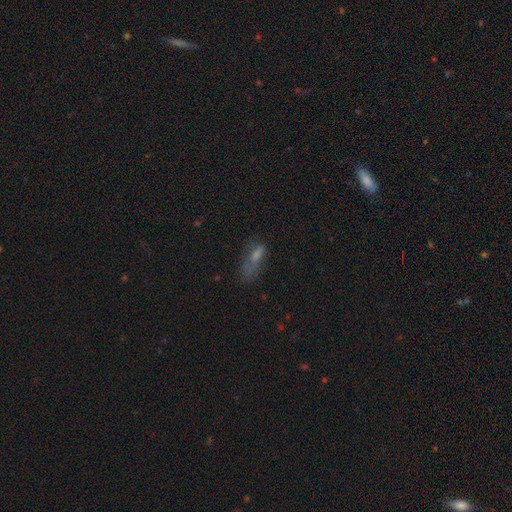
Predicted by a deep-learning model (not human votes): A smooth galaxy with no disk features (59%) that is in between round and cigar-shaped (57%).

Vote fractions:
- Smooth or featured? smooth: 59% / featured or disk: 23% / star or artifact: 17%
- How rounded? in between: 57% / cigar-shaped: 40% / round: 4%
- Merging? none: 35% / major disturbance: 34% / minor disturbance: 26% / merger: 5%